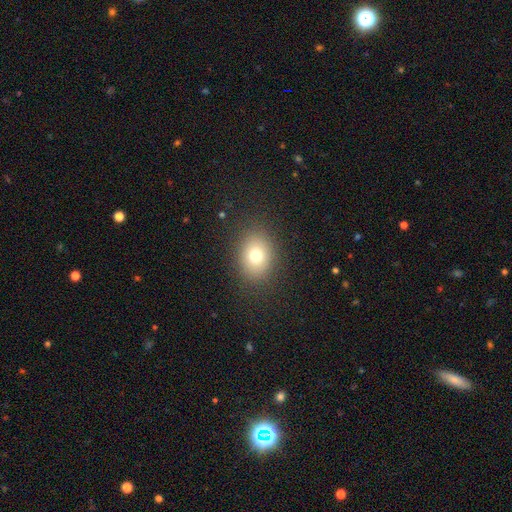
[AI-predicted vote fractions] smooth 76%, star or artifact 13%, featured or disk 12%. Down the decision tree: how rounded — in between (56%); merging — none (86%).